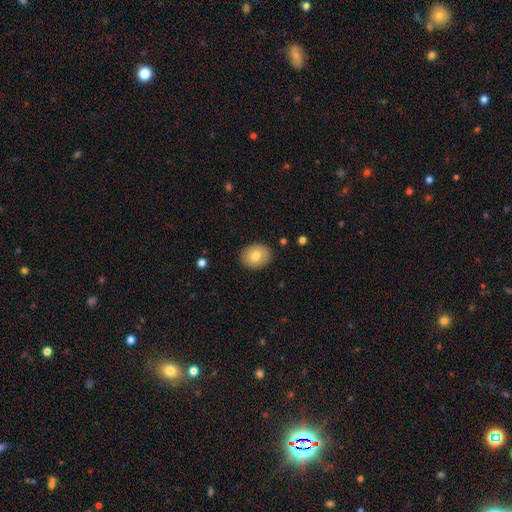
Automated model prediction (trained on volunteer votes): This is likely a smooth galaxy (78%). How rounded: possibly round (52%). Merging: clearly none (89%).